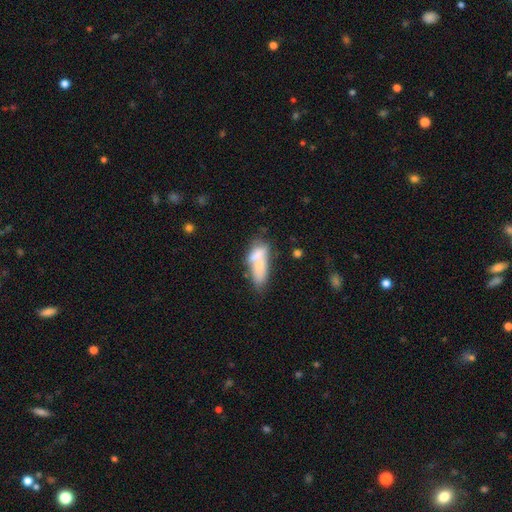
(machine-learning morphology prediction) Smooth or featured? Predicted: smooth (p=0.64). How rounded? Predicted: in between (p=0.75). Merging? Predicted: merger (p=0.56).